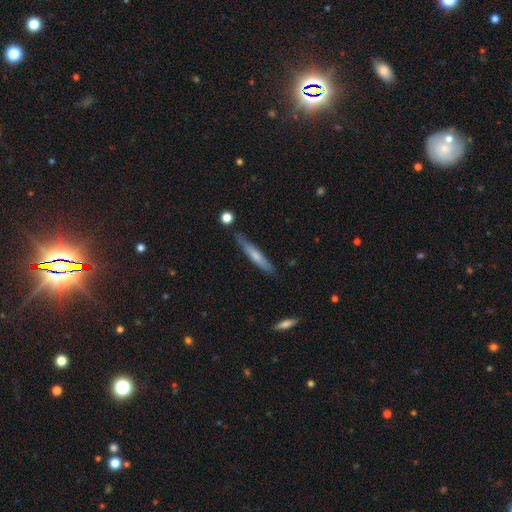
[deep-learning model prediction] A smooth galaxy with no disk features (59%) that is cigar-shaped (92%).

Vote fractions:
- Smooth or featured? smooth: 59% / featured or disk: 35% / star or artifact: 6%
- How rounded? cigar-shaped: 92% / in between: 7% / round: 1%
- Merging? none: 75% / minor disturbance: 18% / major disturbance: 3% / merger: 3%